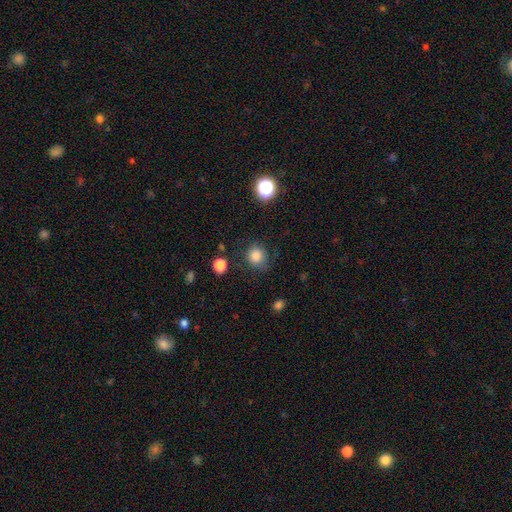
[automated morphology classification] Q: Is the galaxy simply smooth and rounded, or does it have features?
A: smooth — 82%.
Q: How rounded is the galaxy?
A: round — 82%.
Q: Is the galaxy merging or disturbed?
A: none — 74%.